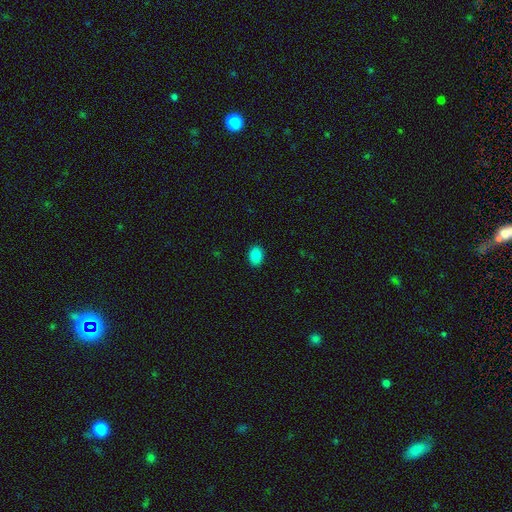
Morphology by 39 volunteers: Smooth or featured?
  - smooth: 92% *
  - star or artifact: 8%
  - featured or disk: 0%
How rounded?
  - in between: 75% *
  - round: 22%
  - cigar-shaped: 3%
Merging?
  - none: 86% *
  - minor disturbance: 11%
  - major disturbance: 3%
  - merger: 0%